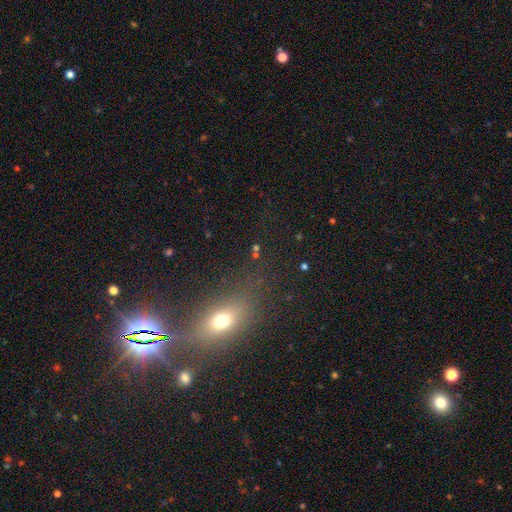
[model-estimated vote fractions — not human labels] Q: Smooth or featured?
A: smooth (46%); runner-up: star or artifact (37%)
Q: Merging?
A: none (71%); runner-up: minor disturbance (12%)